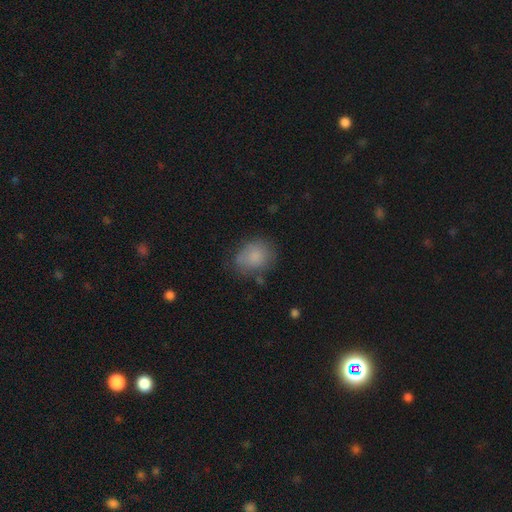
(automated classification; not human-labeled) smooth_or_featured: smooth (p=0.79) [alt: star or artifact p=0.11]
how_rounded: round (p=0.53) [alt: in between p=0.46]
merging: none (p=0.67) [alt: minor disturbance p=0.23]